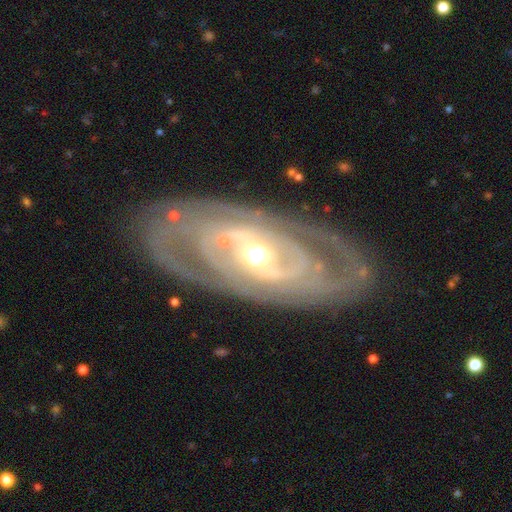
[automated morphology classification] smooth-or-featured: featured or disk: 86% | smooth: 10% | star or artifact: 5%
  disk-edge-on: no: 91% | yes: 9%
    bar: no: 53% | weak: 29% | strong: 18%
    has-spiral-arms: yes: 80% | no: 20%
      spiral-winding: tight: 67% | medium: 25% | loose: 8%
      spiral-arm-count: 2: 43% | can't tell: 35% | 3: 10% | 1: 5% | 4: 4% | more than 4: 4%
    bulge-size: moderate: 63% | small: 30% | large: 5% | dominant: 1% | none: 1%
  merging: none: 80% | minor disturbance: 13% | major disturbance: 6% | merger: 2%